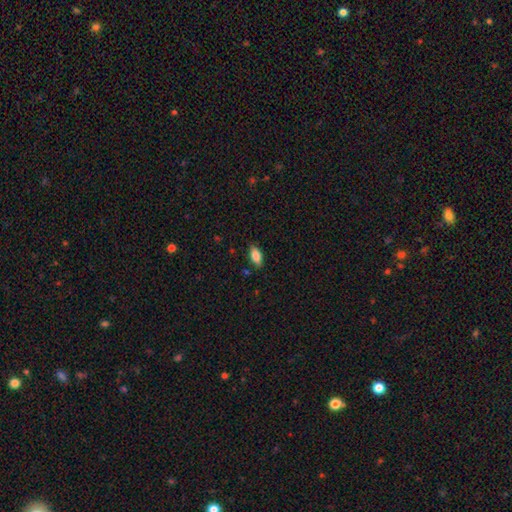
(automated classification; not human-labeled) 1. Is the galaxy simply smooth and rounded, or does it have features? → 83% smooth, 9% featured or disk, 7% star or artifact.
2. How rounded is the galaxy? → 88% in between, 10% cigar-shaped, 2% round.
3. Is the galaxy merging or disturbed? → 85% none, 11% minor disturbance, 2% major disturbance, 1% merger.